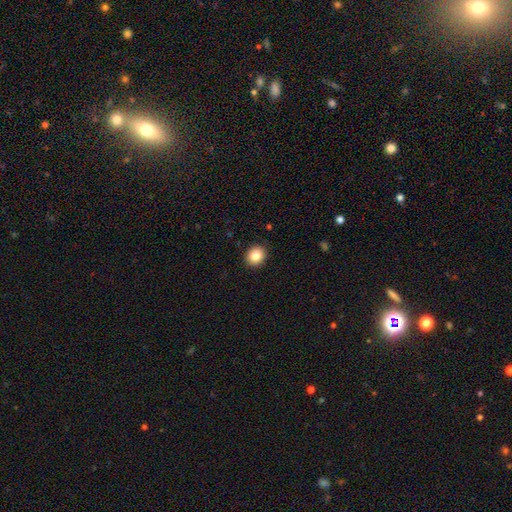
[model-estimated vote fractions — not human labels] Morphology: type=smooth (84%); roundness=round (81%); merging=none (92%).